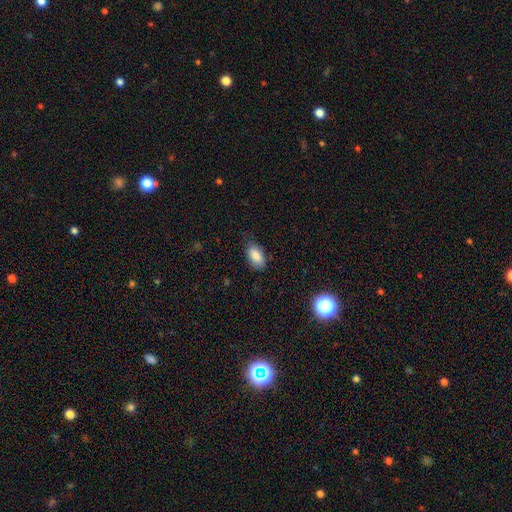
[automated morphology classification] type=smooth (86%); roundness=in between (92%); merging=none (76%).